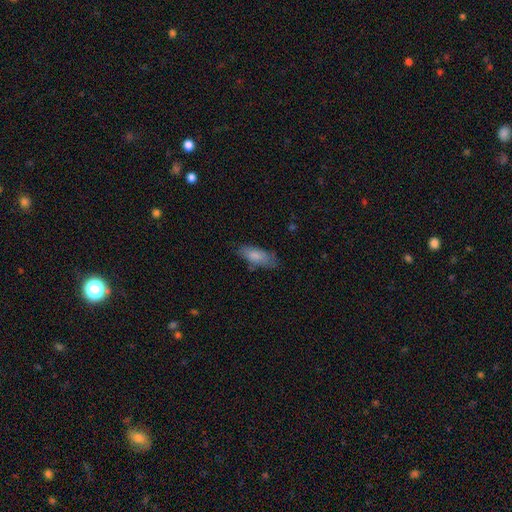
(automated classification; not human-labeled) smooth_or_featured: smooth (p=0.81) [alt: featured or disk p=0.13]
how_rounded: in between (p=0.76) [alt: cigar-shaped p=0.23]
merging: none (p=0.70) [alt: minor disturbance p=0.22]